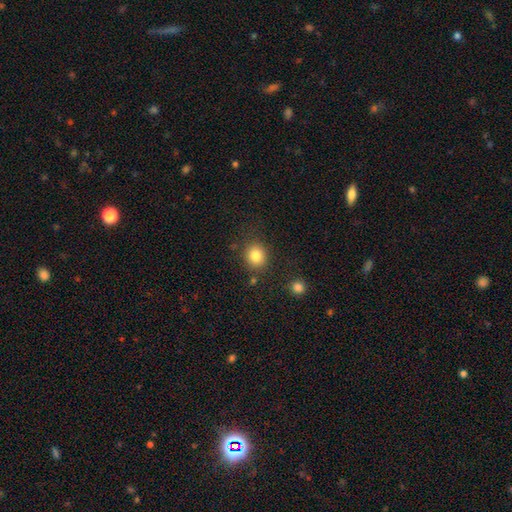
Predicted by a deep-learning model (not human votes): Overall: smooth (83%). How rounded: round (80%). Merging: none (82%).